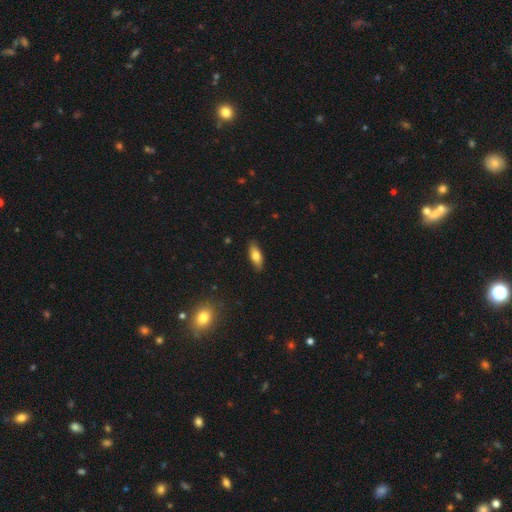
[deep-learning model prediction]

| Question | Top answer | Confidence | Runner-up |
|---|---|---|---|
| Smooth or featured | smooth | 73% | featured or disk (21%) |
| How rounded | in between | 74% | cigar-shaped (23%) |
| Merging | none | 86% | minor disturbance (11%) |